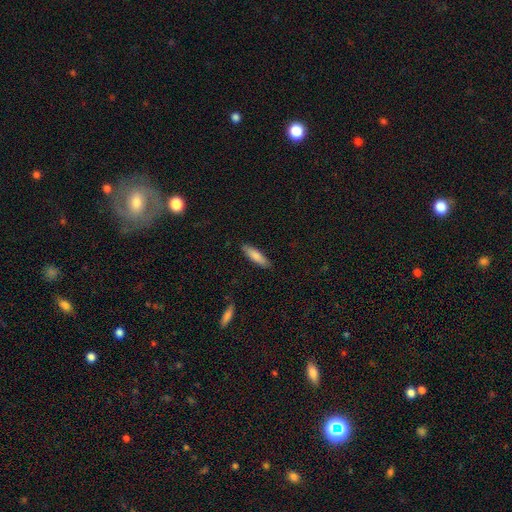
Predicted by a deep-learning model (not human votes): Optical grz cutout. It shows a smooth galaxy with no disk features (79%) that is cigar-shaped (69%). Merging: none (87%).